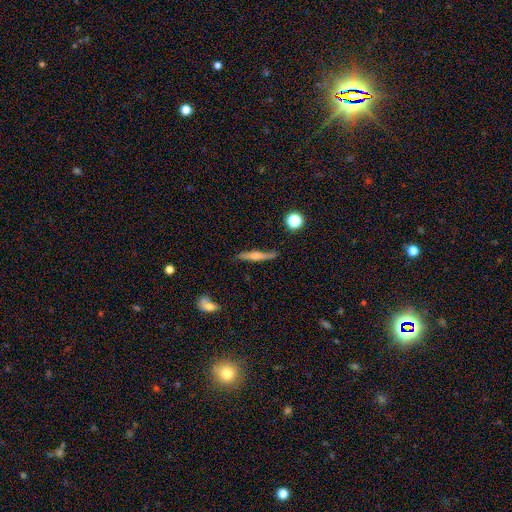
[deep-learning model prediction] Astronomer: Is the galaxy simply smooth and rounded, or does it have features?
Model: featured or disk — 59%.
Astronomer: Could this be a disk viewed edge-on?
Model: yes — 92%.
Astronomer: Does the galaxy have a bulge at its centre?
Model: rounded — 77%.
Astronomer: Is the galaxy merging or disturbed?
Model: none — 80%.